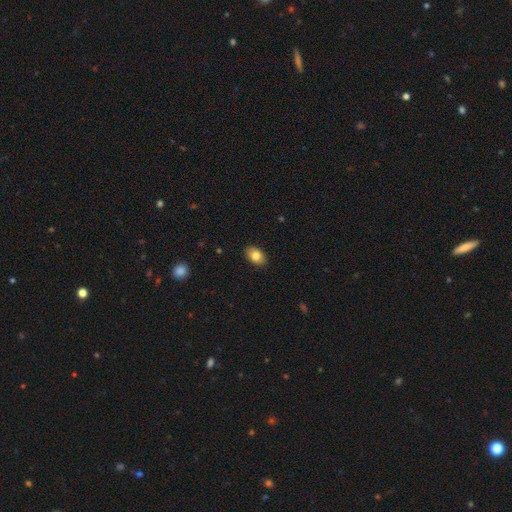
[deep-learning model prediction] Smooth or featured?
  - smooth: 82% *
  - featured or disk: 10%
  - star or artifact: 8%
How rounded?
  - in between: 88% *
  - round: 11%
  - cigar-shaped: 1%
Merging?
  - none: 89% *
  - minor disturbance: 8%
  - major disturbance: 2%
  - merger: 1%